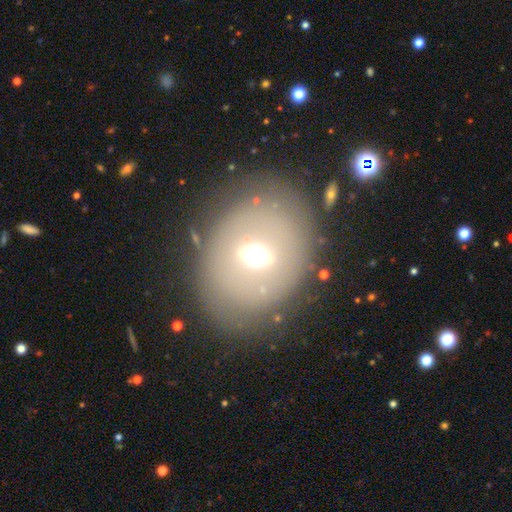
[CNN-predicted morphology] This is possibly a smooth galaxy (47%). Merging: likely none (78%).